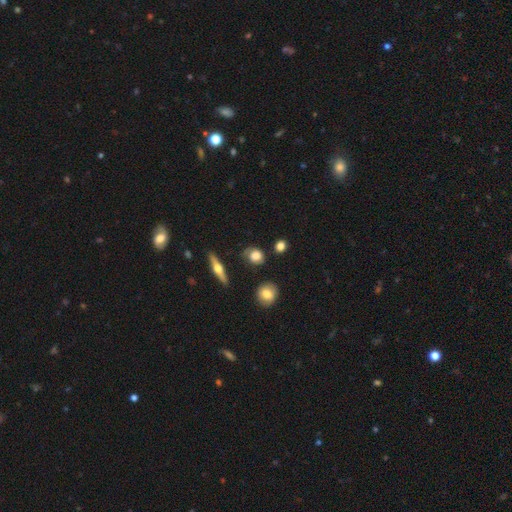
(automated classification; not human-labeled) smooth 73%, featured or disk 18%, star or artifact 9%. Down the decision tree: how rounded — round (65%); merging — none (76%).